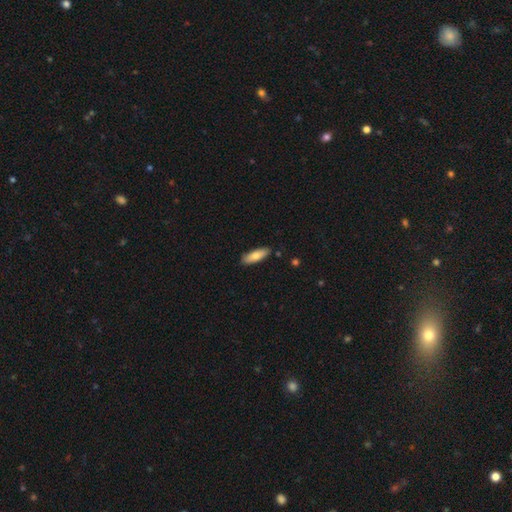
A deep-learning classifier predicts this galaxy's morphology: Q: Smooth or featured?
A: smooth (76%); runner-up: featured or disk (18%)
Q: How rounded?
A: in between (59%); runner-up: cigar-shaped (39%)
Q: Merging?
A: none (85%); runner-up: minor disturbance (11%)